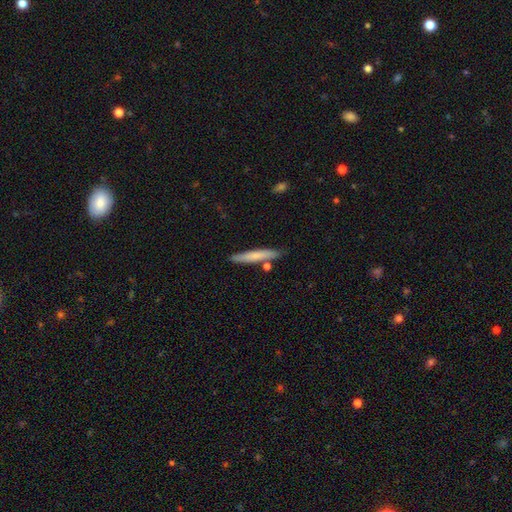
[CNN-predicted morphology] smooth_or_featured: smooth (p=0.70) [alt: featured or disk p=0.24]
how_rounded: cigar-shaped (p=0.94) [alt: in between p=0.05]
merging: none (p=0.82) [alt: minor disturbance p=0.10]